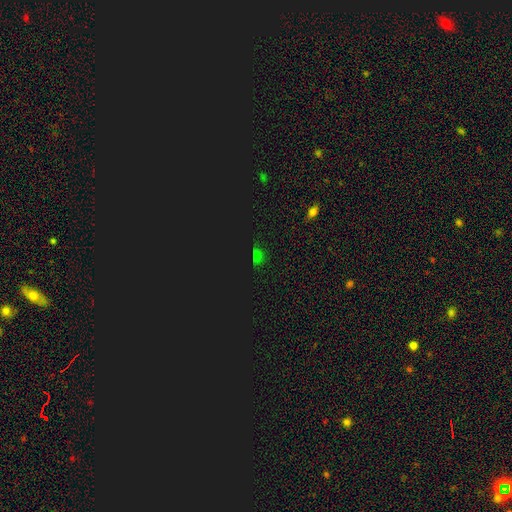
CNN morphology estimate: This appears to be a star or artifact, not a galaxy (62%).